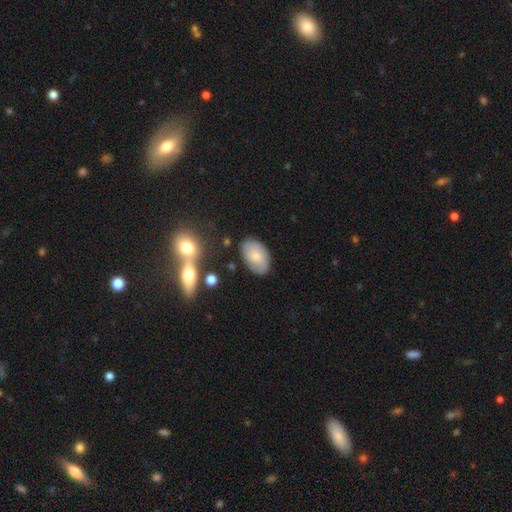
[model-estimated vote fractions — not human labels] A smooth galaxy with no disk features (69%) that is in between round and cigar-shaped (90%). Merging: none (77%).